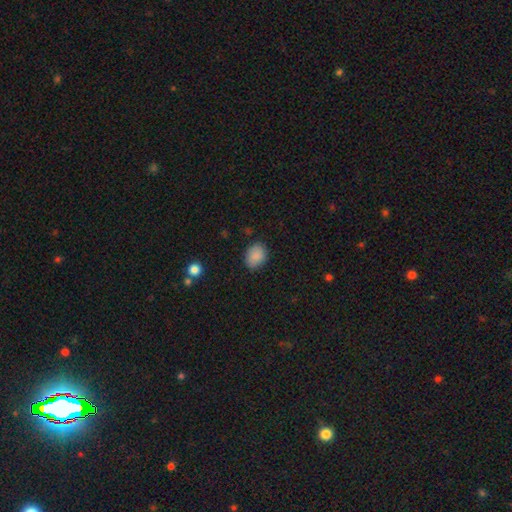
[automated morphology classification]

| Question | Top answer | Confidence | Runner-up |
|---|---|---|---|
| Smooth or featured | smooth | 88% | star or artifact (8%) |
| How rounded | in between | 57% | round (42%) |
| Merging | none | 82% | minor disturbance (13%) |